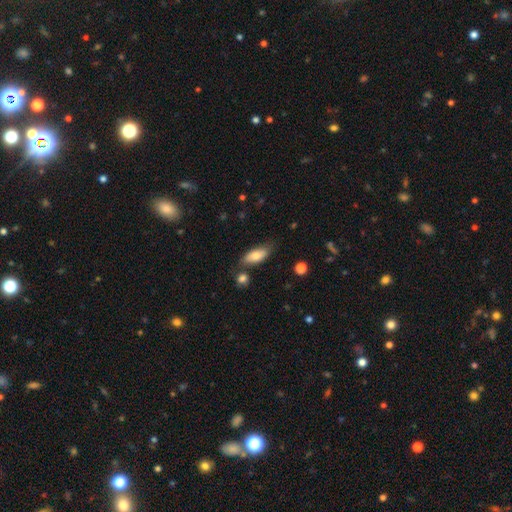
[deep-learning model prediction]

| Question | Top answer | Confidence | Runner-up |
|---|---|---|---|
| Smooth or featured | smooth | 75% | featured or disk (18%) |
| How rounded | in between | 82% | cigar-shaped (16%) |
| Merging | none | 70% | minor disturbance (18%) |